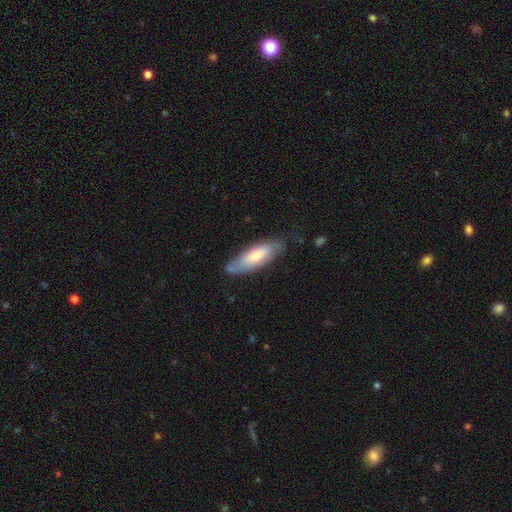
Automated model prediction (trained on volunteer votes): Smooth or featured?
  - smooth: 53% *
  - featured or disk: 41%
  - star or artifact: 7%
How rounded?
  - in between: 54% *
  - cigar-shaped: 44%
  - round: 2%
Merging?
  - none: 75% *
  - minor disturbance: 20%
  - major disturbance: 4%
  - merger: 2%